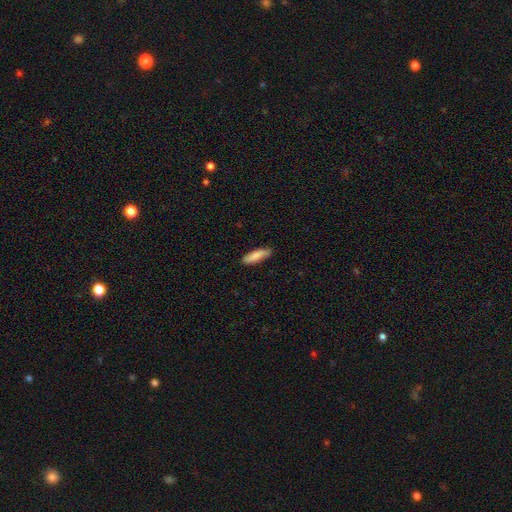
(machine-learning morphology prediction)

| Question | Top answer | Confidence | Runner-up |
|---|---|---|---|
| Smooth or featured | smooth | 84% | featured or disk (11%) |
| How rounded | cigar-shaped | 60% | in between (38%) |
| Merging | none | 86% | minor disturbance (11%) |